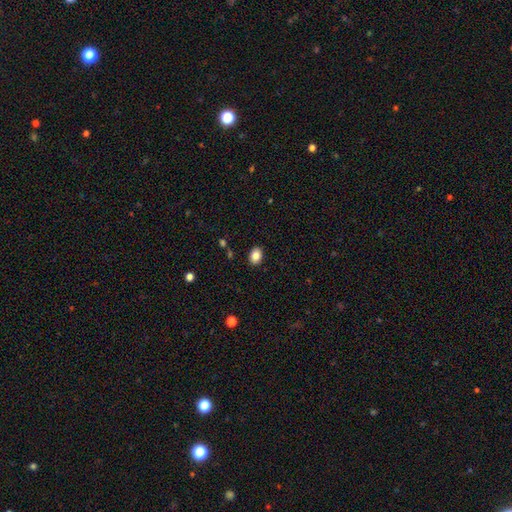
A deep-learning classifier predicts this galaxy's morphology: smooth-or-featured: smooth: 84% | star or artifact: 9% | featured or disk: 7%
  how-rounded: in between: 72% | round: 27% | cigar-shaped: 1%
  merging: none: 89% | minor disturbance: 8% | major disturbance: 2% | merger: 1%